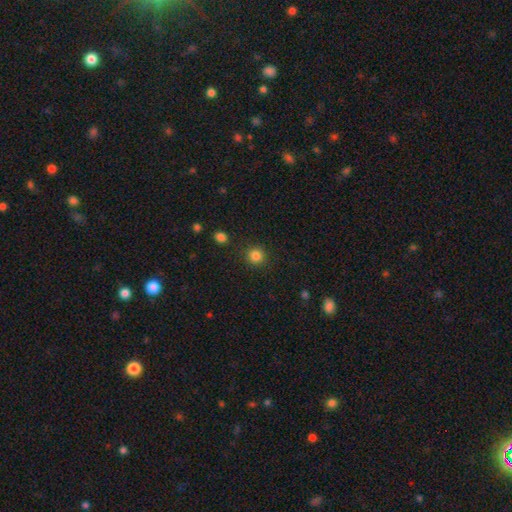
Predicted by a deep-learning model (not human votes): This appears to be a smooth galaxy with no disk features (84%) that is round (93%). Merging: none (90%).